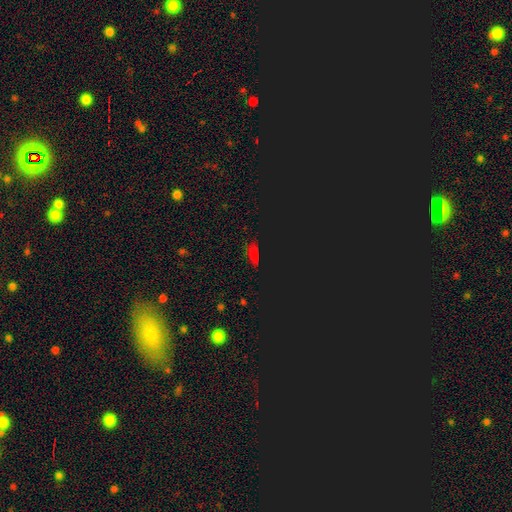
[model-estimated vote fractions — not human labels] This appears to be a star or artifact, not a galaxy (61%).